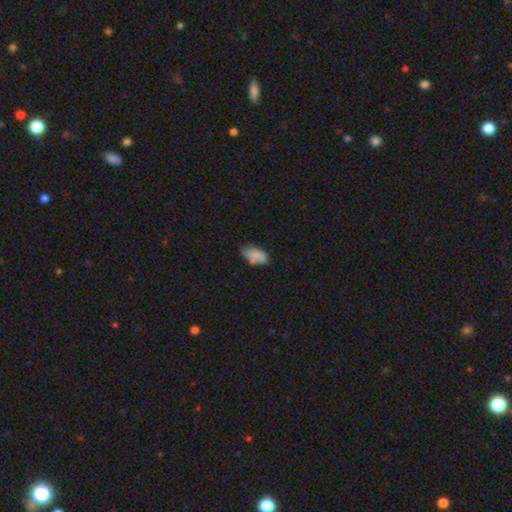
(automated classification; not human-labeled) smooth-or-featured: smooth: 83% | featured or disk: 10% | star or artifact: 8%
  how-rounded: in between: 93% | cigar-shaped: 4% | round: 3%
  merging: none: 65% | minor disturbance: 24% | merger: 6% | major disturbance: 5%